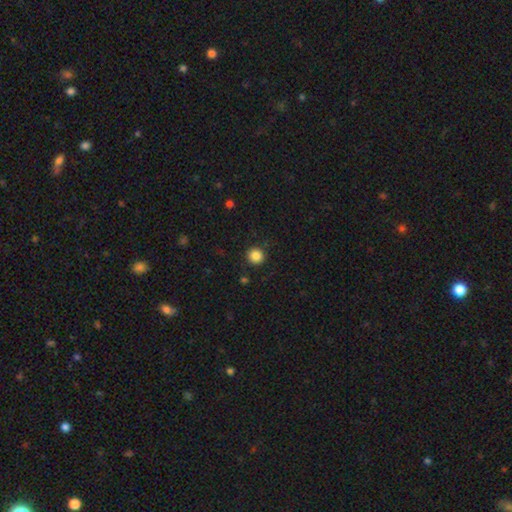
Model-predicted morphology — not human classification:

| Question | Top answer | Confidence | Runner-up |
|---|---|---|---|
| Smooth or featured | smooth | 86% | star or artifact (11%) |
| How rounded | round | 93% | in between (6%) |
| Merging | none | 90% | minor disturbance (6%) |